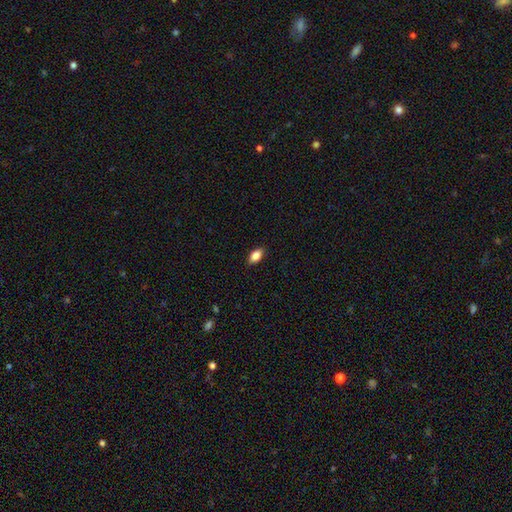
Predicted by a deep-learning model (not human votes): Q: Smooth or featured?
A: smooth (86%); runner-up: star or artifact (8%)
Q: How rounded?
A: in between (90%); runner-up: round (6%)
Q: Merging?
A: none (88%); runner-up: minor disturbance (9%)